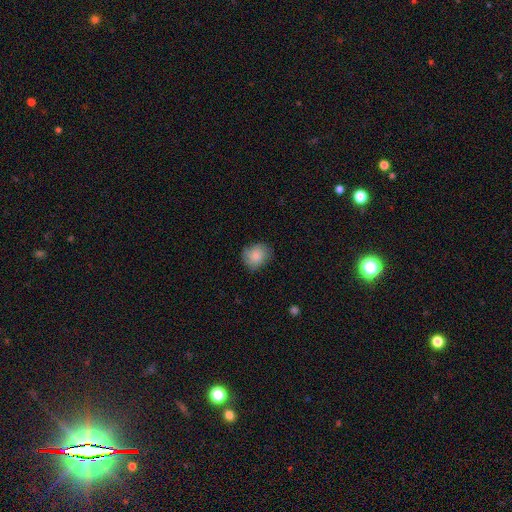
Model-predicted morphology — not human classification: smooth_or_featured: smooth (p=0.85) [alt: featured or disk p=0.08]
how_rounded: round (p=0.70) [alt: in between p=0.29]
merging: none (p=0.76) [alt: minor disturbance p=0.19]